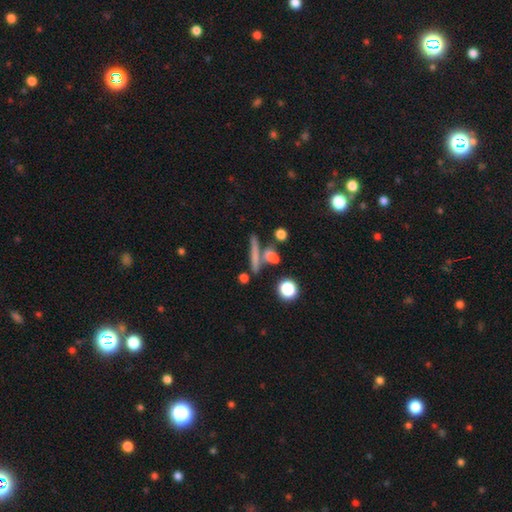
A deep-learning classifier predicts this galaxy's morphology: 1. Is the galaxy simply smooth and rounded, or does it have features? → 55% smooth, 33% featured or disk, 11% star or artifact.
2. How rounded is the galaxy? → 80% cigar-shaped, 10% round, 10% in between.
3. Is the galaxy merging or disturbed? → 67% none, 18% merger, 11% minor disturbance, 5% major disturbance.